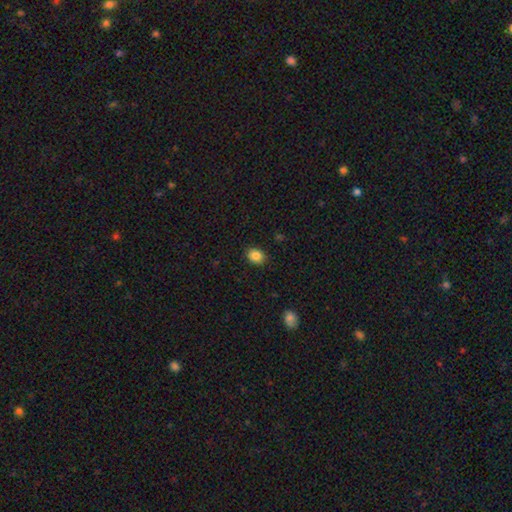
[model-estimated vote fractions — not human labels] Morphology: type=smooth (85%); roundness=in between (53%); merging=none (88%).